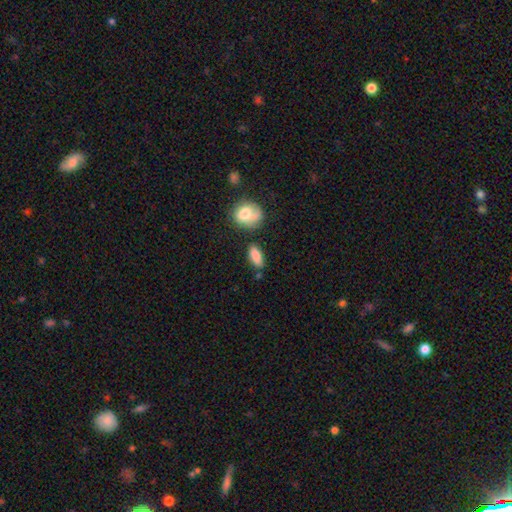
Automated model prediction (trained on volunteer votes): smooth-or-featured: smooth: 84% | featured or disk: 8% | star or artifact: 8%
  how-rounded: in between: 80% | cigar-shaped: 14% | round: 5%
  merging: none: 73% | minor disturbance: 15% | merger: 8% | major disturbance: 4%